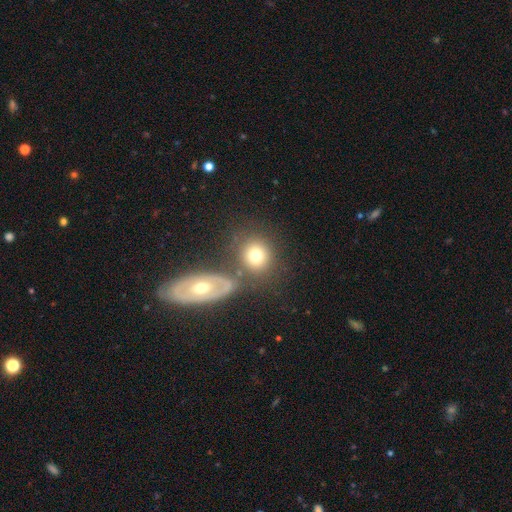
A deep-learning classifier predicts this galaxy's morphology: The model was most divided on "merging": none: 61%, merger: 23%, minor disturbance: 11%, major disturbance: 5%. More confident: how rounded — round (77%); smooth or featured — smooth (72%).